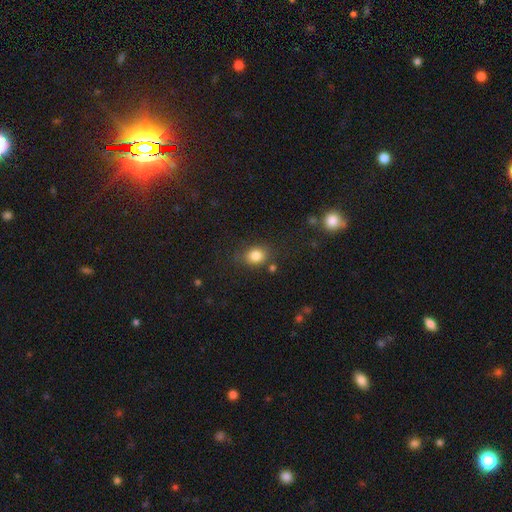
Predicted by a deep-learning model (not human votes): Smooth or featured? Predicted: smooth (p=0.83). How rounded? Predicted: round (p=0.50). Merging? Predicted: none (p=0.77).